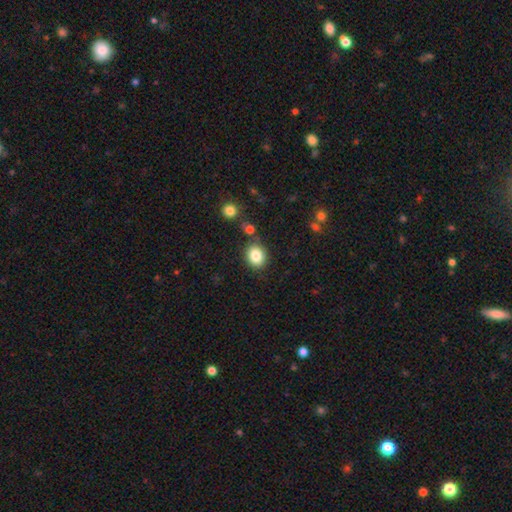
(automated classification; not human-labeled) This is clearly a smooth galaxy (84%). How rounded: likely round (66%). Merging: clearly none (82%).